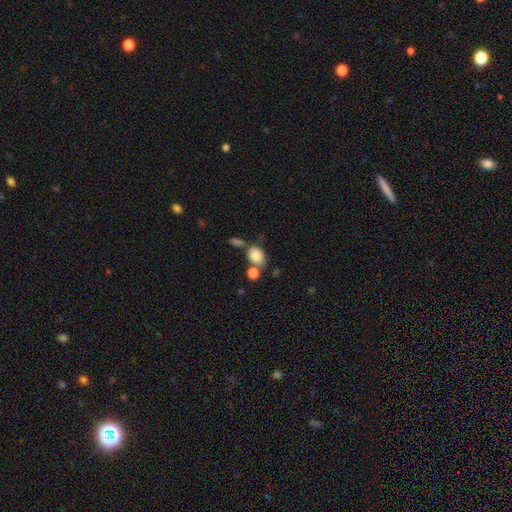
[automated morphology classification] A smooth galaxy with no disk features (82%) that is in between round and cigar-shaped (70%).

Vote fractions:
- Smooth or featured? smooth: 82% / featured or disk: 10% / star or artifact: 9%
- How rounded? in between: 70% / round: 29% / cigar-shaped: 1%
- Merging? none: 57% / merger: 23% / minor disturbance: 15% / major disturbance: 5%